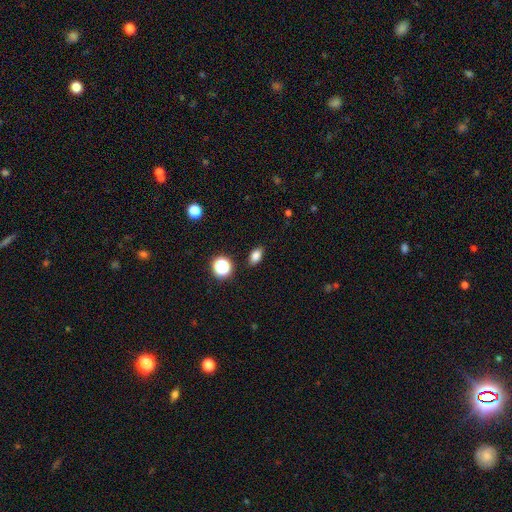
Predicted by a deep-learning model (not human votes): A smooth galaxy with no disk features (81%) that is in between round and cigar-shaped (83%).

Vote fractions:
- Smooth or featured? smooth: 81% / star or artifact: 13% / featured or disk: 6%
- How rounded? in between: 83% / round: 14% / cigar-shaped: 3%
- Merging? none: 87% / minor disturbance: 9% / major disturbance: 2% / merger: 2%